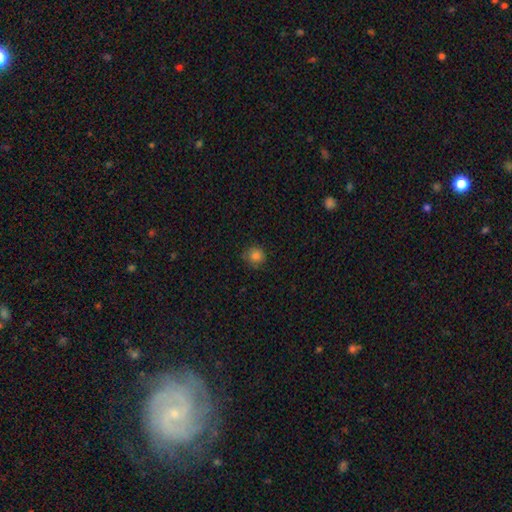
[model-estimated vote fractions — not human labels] This appears to be a smooth galaxy with no disk features (83%) that is round (90%). Merging: none (82%).